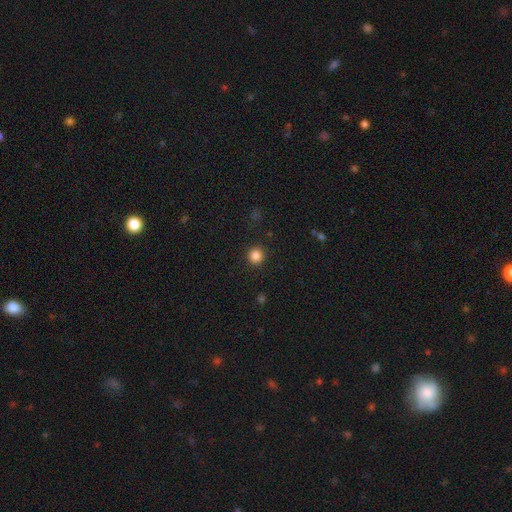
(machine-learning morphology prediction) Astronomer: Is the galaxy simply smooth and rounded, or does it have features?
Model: smooth — 85%.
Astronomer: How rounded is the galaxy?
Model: round — 95%.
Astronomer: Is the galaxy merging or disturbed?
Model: none — 92%.